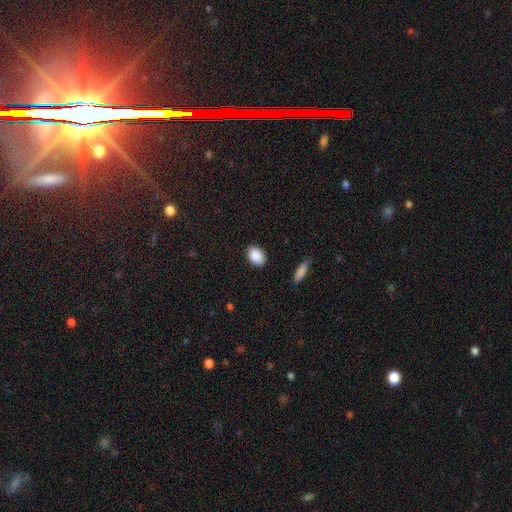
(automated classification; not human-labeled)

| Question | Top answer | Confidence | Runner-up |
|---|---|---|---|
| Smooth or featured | smooth | 89% | star or artifact (7%) |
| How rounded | in between | 84% | round (14%) |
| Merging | none | 87% | minor disturbance (9%) |